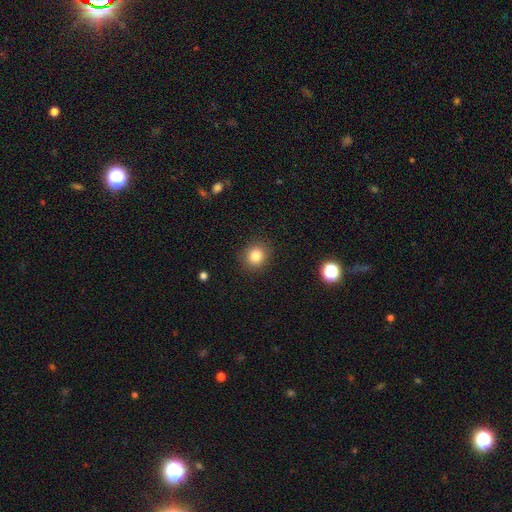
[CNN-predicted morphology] A smooth galaxy with no disk features (84%) that is round (78%). Merging: none (89%).